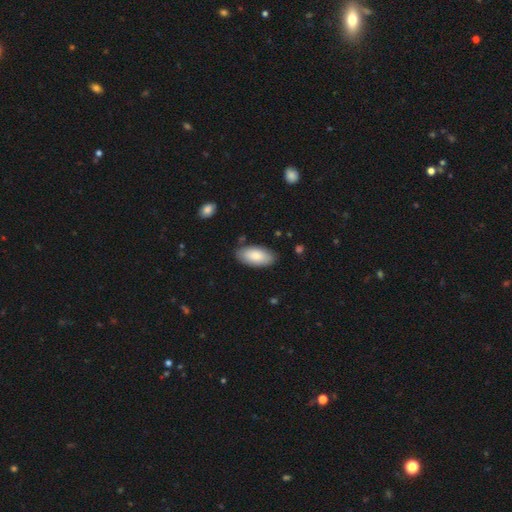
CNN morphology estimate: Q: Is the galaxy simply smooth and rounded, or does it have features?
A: smooth — 83%.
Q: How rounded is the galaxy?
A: in between — 94%.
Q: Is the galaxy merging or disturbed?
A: none — 83%.